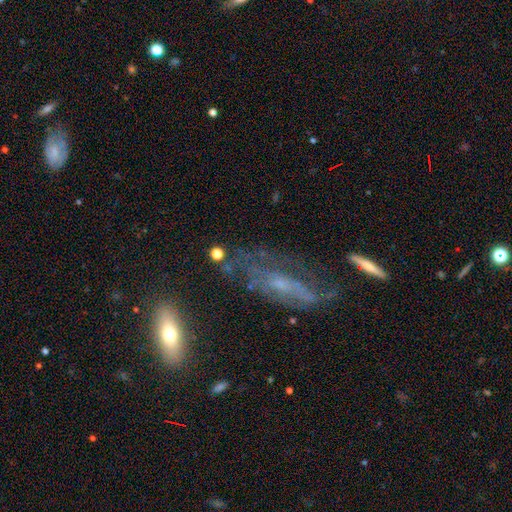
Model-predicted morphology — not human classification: Smooth or featured?
  - featured or disk: 55% *
  - smooth: 23%
  - star or artifact: 22%
Edge-on disk?
  - no: 67% *
  - yes: 33%
Merging?
  - none: 67% *
  - minor disturbance: 17%
  - major disturbance: 9%
  - merger: 7%